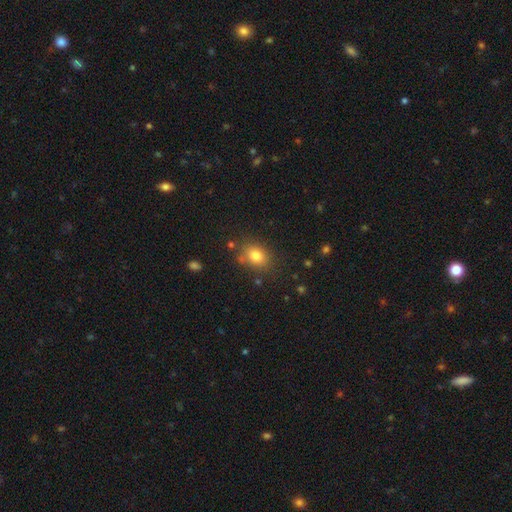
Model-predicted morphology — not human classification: smooth-or-featured: smooth: 81% | star or artifact: 11% | featured or disk: 8%
  how-rounded: in between: 61% | round: 38% | cigar-shaped: 1%
  merging: none: 76% | minor disturbance: 14% | merger: 5% | major disturbance: 5%